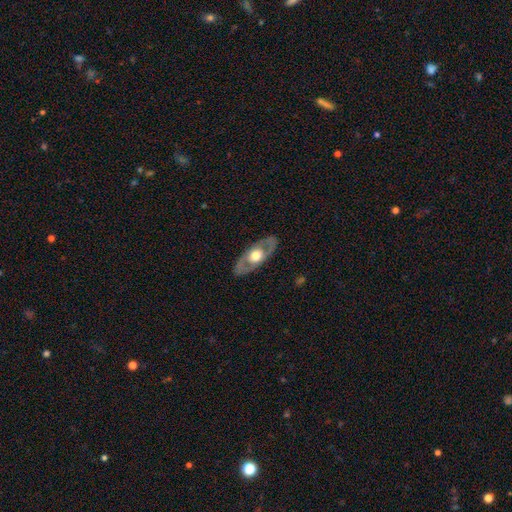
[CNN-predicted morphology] smooth_or_featured: featured or disk (p=0.64) [alt: smooth p=0.31]
disk_edge_on: no (p=0.75) [alt: yes p=0.25]
merging: none (p=0.85) [alt: minor disturbance p=0.10]